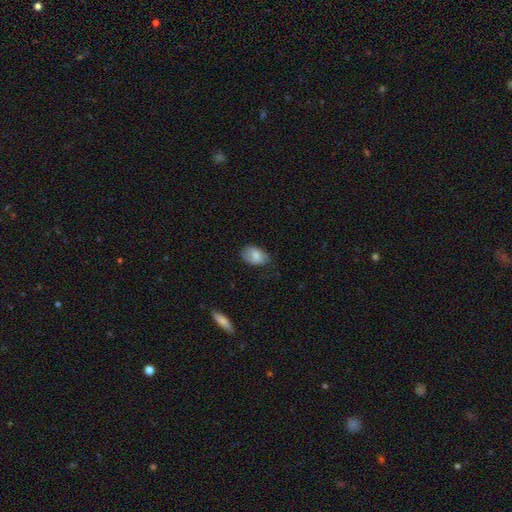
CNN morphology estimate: Overall: smooth (78%). How rounded: in between (86%). Merging: none (64%; minor disturbance 28%).